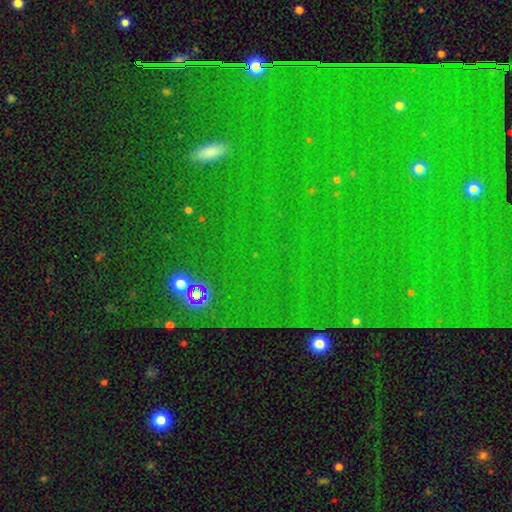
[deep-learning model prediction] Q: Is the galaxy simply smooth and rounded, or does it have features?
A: star or artifact — 83%.